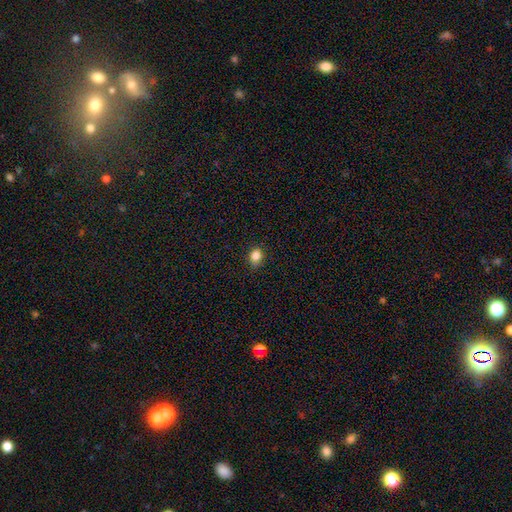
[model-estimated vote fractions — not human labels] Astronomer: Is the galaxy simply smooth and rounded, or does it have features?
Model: smooth — 84%.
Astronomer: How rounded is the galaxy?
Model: round — 52% (runner-up: in between, 47%).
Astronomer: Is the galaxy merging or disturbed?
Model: none — 80%.